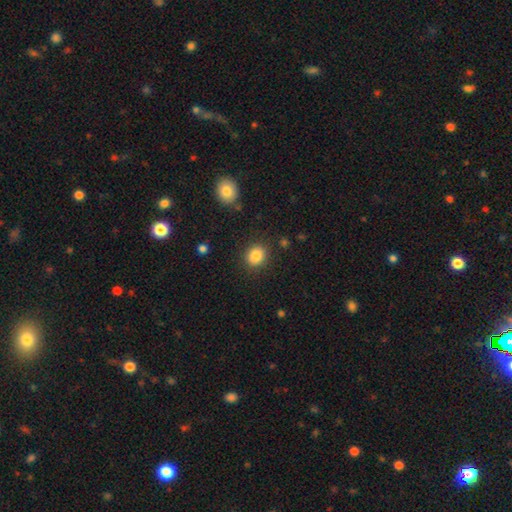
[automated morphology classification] Smooth or featured?
  - smooth: 85% *
  - star or artifact: 10%
  - featured or disk: 5%
How rounded?
  - round: 64% *
  - in between: 35%
  - cigar-shaped: 1%
Merging?
  - none: 87% *
  - minor disturbance: 9%
  - major disturbance: 3%
  - merger: 2%